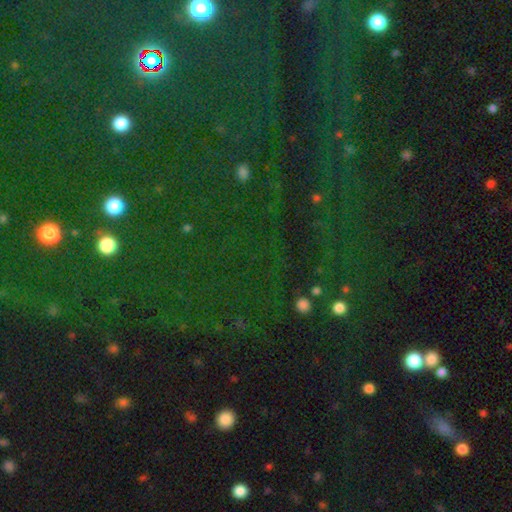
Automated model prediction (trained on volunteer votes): The model was most divided on "smooth or featured": star or artifact: 78%, smooth: 13%, featured or disk: 9%.